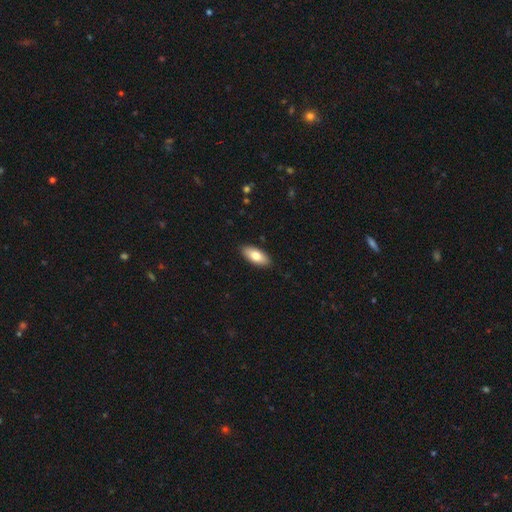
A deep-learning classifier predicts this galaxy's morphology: smooth_or_featured: smooth (p=0.79) [alt: featured or disk p=0.15]
how_rounded: in between (p=0.89) [alt: cigar-shaped p=0.09]
merging: none (p=0.90) [alt: minor disturbance p=0.08]